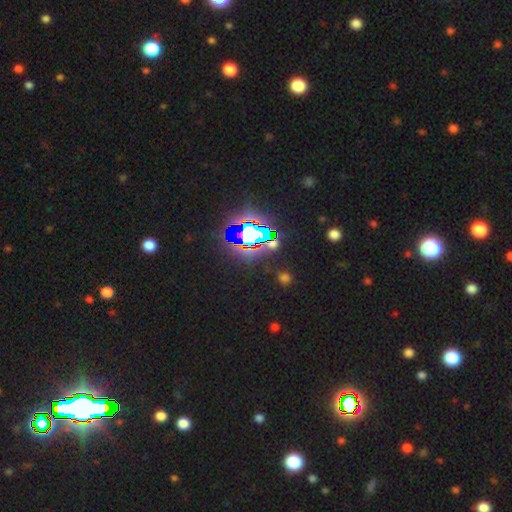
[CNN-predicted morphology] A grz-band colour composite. It shows a star or artifact, not a galaxy (82%).